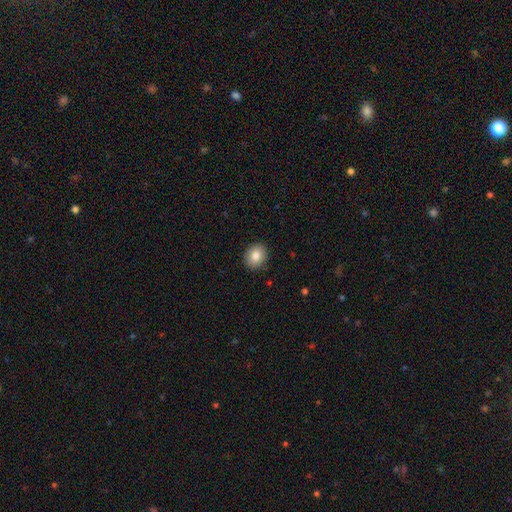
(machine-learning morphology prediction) Q: Smooth or featured?
A: smooth (85%); runner-up: star or artifact (9%)
Q: How rounded?
A: round (63%); runner-up: in between (37%)
Q: Merging?
A: none (90%); runner-up: minor disturbance (7%)